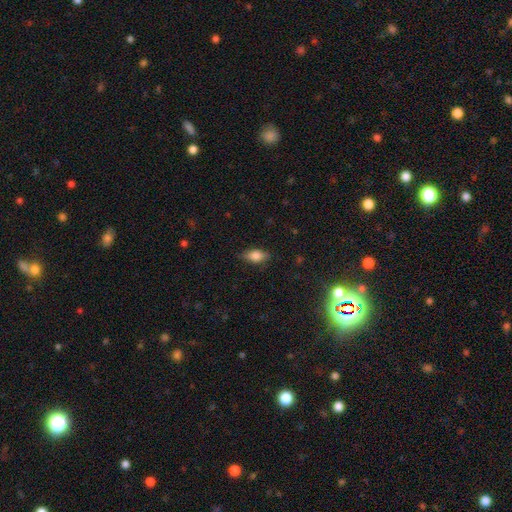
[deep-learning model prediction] This is likely a smooth galaxy (77%). How rounded: clearly in between (85%). Merging: clearly none (82%).